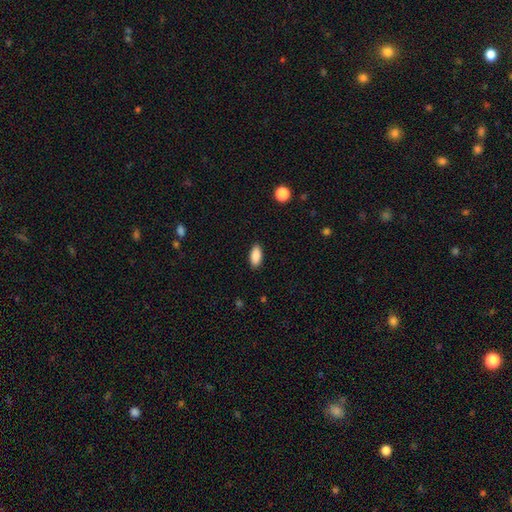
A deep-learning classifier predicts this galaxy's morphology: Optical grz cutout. It shows a smooth galaxy with no disk features (89%) that is in between round and cigar-shaped (89%). Merging: none (89%).